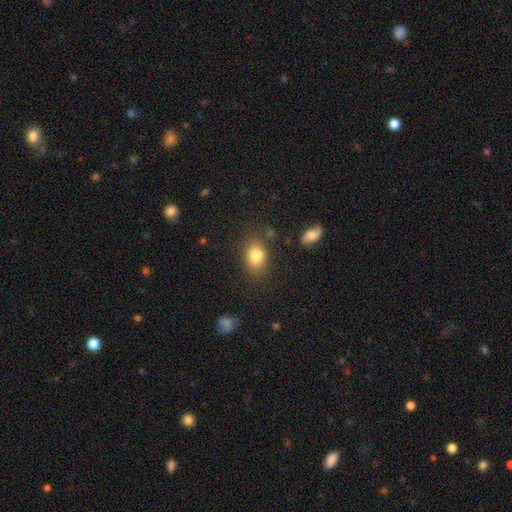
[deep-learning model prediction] smooth-or-featured: smooth: 81% | star or artifact: 10% | featured or disk: 9%
  how-rounded: in between: 76% | round: 23% | cigar-shaped: 2%
  merging: none: 72% | minor disturbance: 17% | merger: 6% | major disturbance: 5%